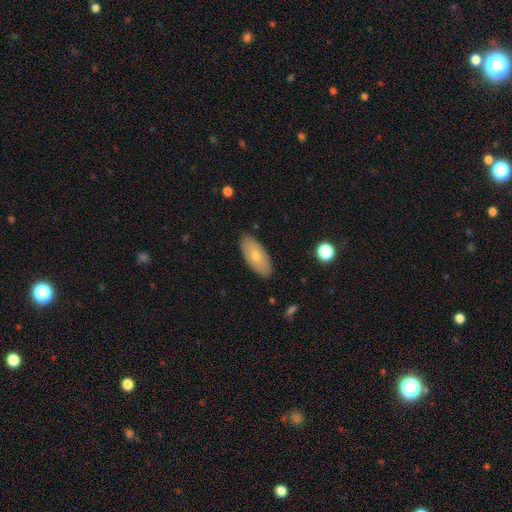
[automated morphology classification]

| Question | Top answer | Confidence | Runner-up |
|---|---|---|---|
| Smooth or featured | smooth | 67% | featured or disk (27%) |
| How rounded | in between | 88% | cigar-shaped (9%) |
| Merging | none | 87% | minor disturbance (10%) |